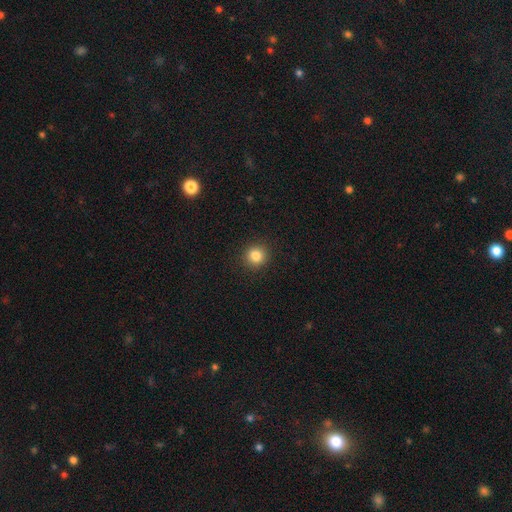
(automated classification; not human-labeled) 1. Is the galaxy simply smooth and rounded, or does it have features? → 84% smooth, 11% star or artifact, 5% featured or disk.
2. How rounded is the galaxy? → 90% round, 9% in between, 1% cigar-shaped.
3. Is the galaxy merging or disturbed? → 92% none, 5% minor disturbance, 2% major disturbance, 1% merger.